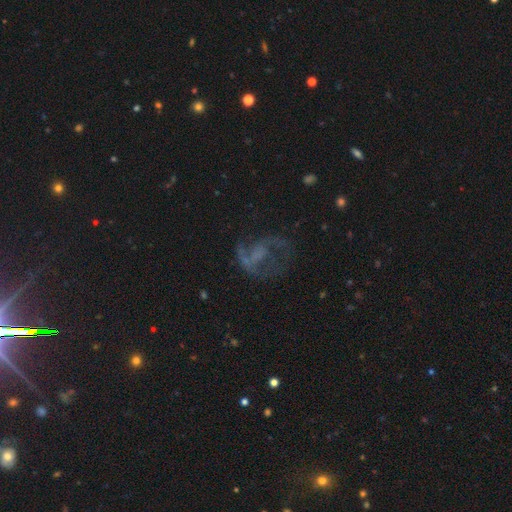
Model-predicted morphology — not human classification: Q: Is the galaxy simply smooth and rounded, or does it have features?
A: featured or disk — 62%.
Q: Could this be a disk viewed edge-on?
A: no — 97%.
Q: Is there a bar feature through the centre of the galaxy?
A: no — 58%.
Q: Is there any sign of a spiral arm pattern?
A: yes — 63%.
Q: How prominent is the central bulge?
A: none — 66%.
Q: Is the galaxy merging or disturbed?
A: none — 44%.